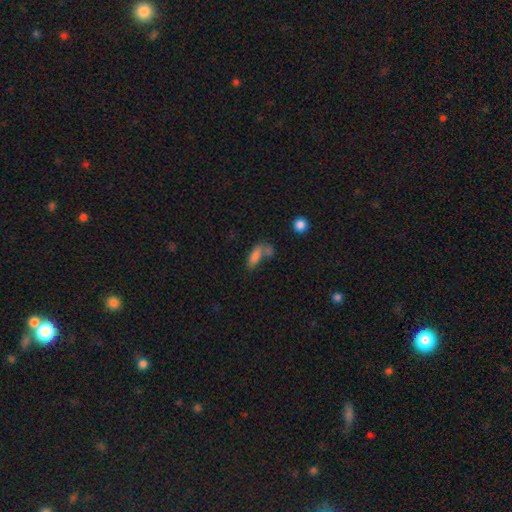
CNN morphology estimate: Q: Smooth or featured?
A: smooth (77%); runner-up: featured or disk (12%)
Q: How rounded?
A: in between (68%); runner-up: cigar-shaped (27%)
Q: Merging?
A: merger (38%); runner-up: none (37%)